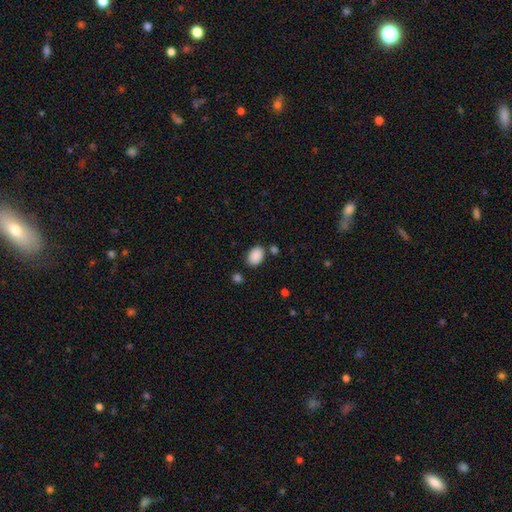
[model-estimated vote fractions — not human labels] A smooth galaxy with no disk features (89%) that is in between round and cigar-shaped (83%). Merging: none (79%).